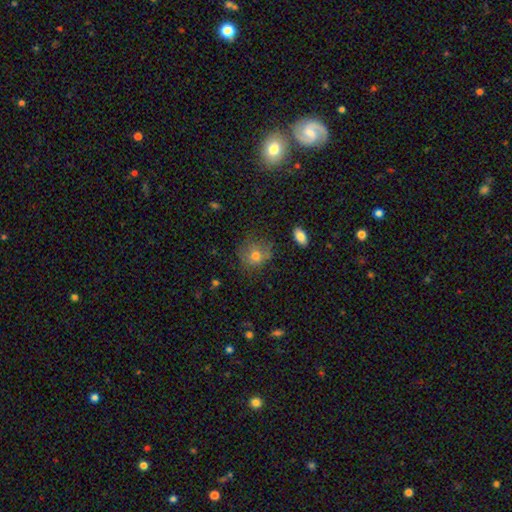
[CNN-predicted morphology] This appears to be a smooth galaxy with no disk features (70%) that is round (76%). Merging: none (64%).